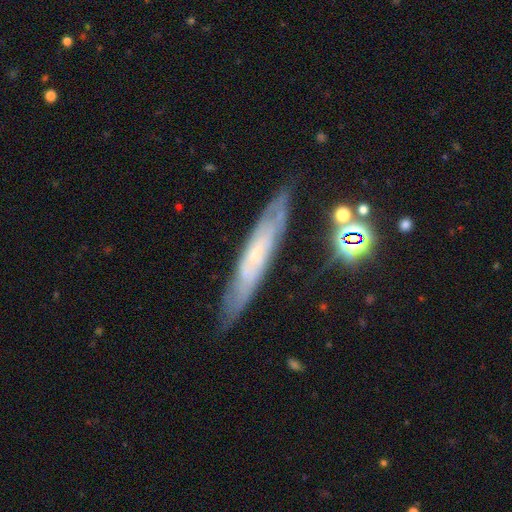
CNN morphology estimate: type=featured or disk (65%); edge-on=yes (56%); merging=none (80%).